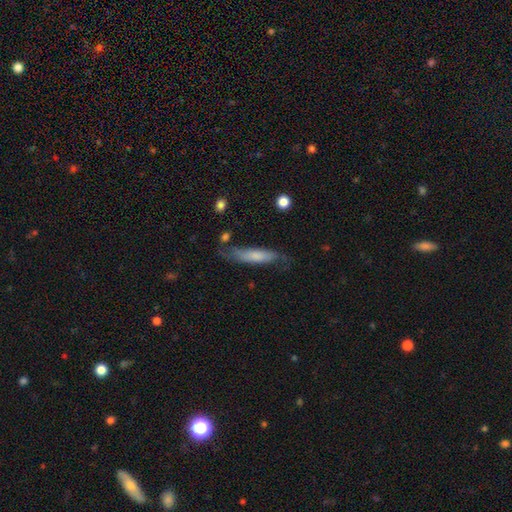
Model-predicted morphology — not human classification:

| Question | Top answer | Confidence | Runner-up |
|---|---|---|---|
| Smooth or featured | smooth | 62% | featured or disk (32%) |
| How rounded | cigar-shaped | 75% | in between (23%) |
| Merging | none | 61% | minor disturbance (26%) |